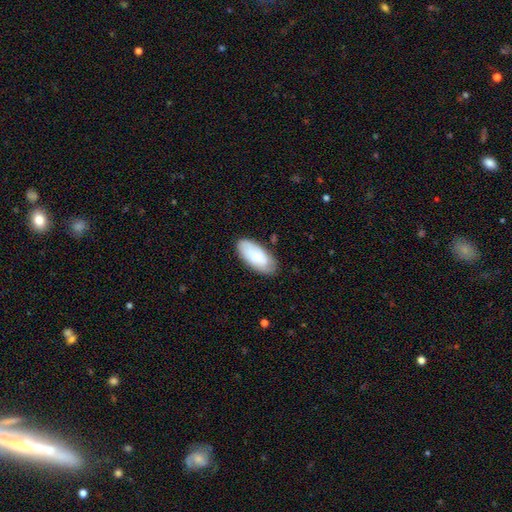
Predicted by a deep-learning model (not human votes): smooth_or_featured: smooth (p=0.71) [alt: featured or disk p=0.23]
how_rounded: in between (p=0.91) [alt: cigar-shaped p=0.08]
merging: none (p=0.77) [alt: minor disturbance p=0.18]